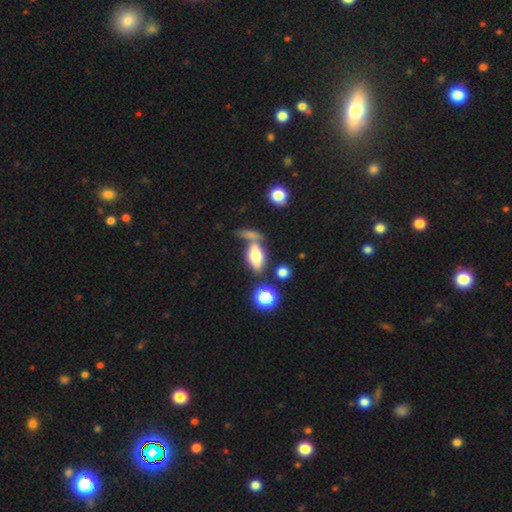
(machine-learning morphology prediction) A smooth galaxy with no disk features (67%) that is in between round and cigar-shaped (80%). Merging: none (44%).